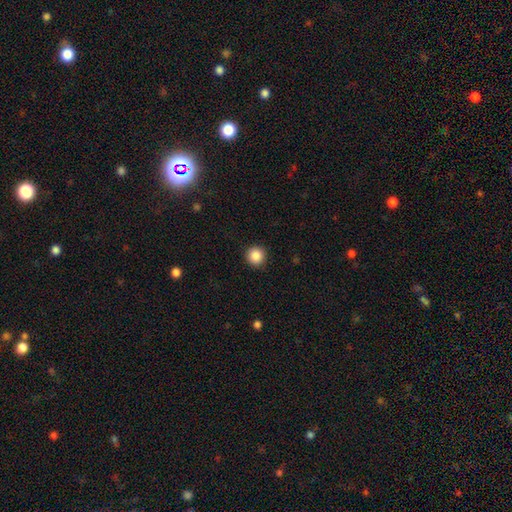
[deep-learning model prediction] smooth-or-featured: smooth: 87% | star or artifact: 9% | featured or disk: 4%
  how-rounded: round: 94% | in between: 5% | cigar-shaped: 1%
  merging: none: 92% | minor disturbance: 5% | major disturbance: 2% | merger: 1%